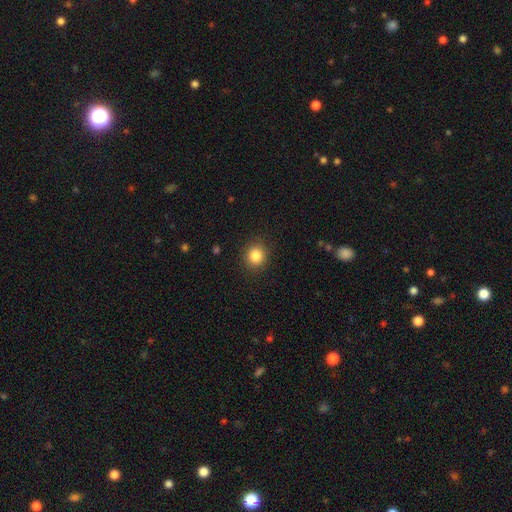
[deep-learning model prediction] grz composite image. It shows a smooth galaxy with no disk features (85%) that is round (85%). Merging: none (90%).